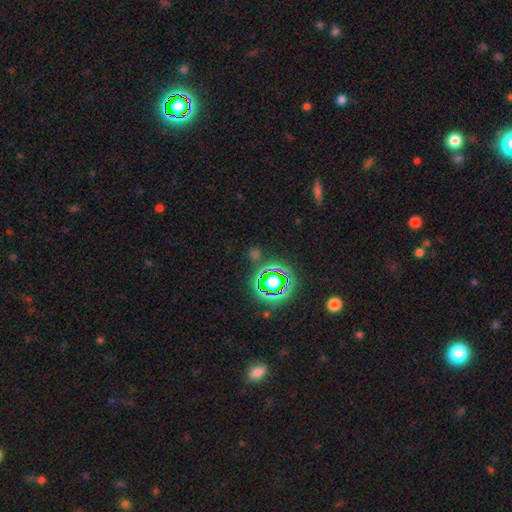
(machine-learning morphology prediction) smooth_or_featured: star or artifact (p=0.69) [alt: smooth p=0.22]